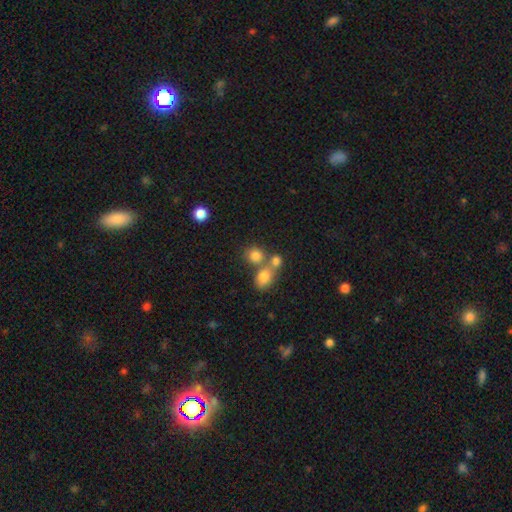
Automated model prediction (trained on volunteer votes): smooth-or-featured: smooth: 77% | star or artifact: 13% | featured or disk: 10%
  how-rounded: round: 75% | in between: 23% | cigar-shaped: 1%
  merging: none: 48% | merger: 39% | minor disturbance: 8% | major disturbance: 4%